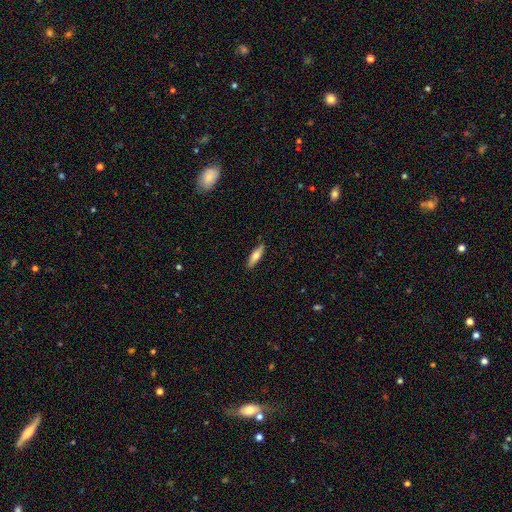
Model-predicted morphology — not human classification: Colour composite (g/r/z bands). It shows a smooth galaxy with no disk features (65%) that is cigar-shaped (59%). Merging: none (88%).